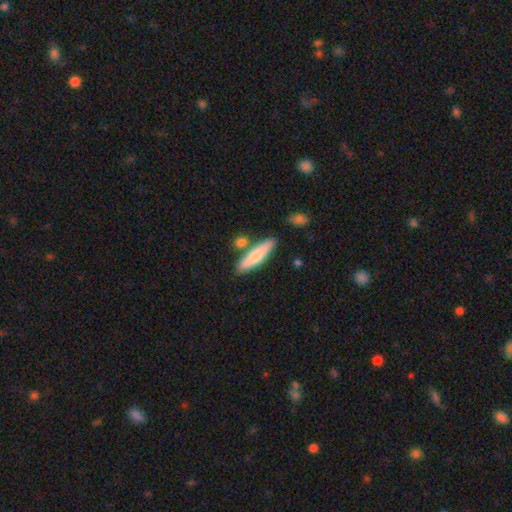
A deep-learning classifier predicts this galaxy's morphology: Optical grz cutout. It shows a smooth galaxy with no disk features (73%) that is cigar-shaped (72%). Merging: none (75%).